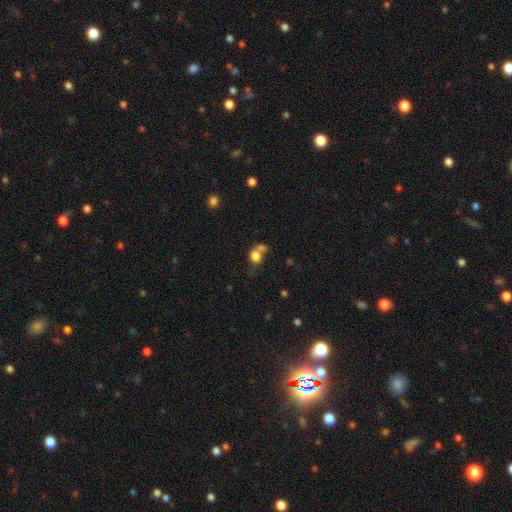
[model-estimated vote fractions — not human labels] Smooth or featured? smooth (78%)
How rounded? round (55%)
Merging? merger (51%)